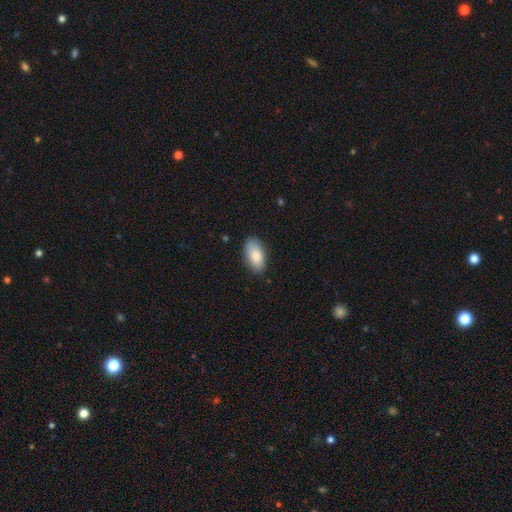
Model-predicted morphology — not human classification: A smooth galaxy with no disk features (85%) that is in between round and cigar-shaped (94%). Merging: none (85%).